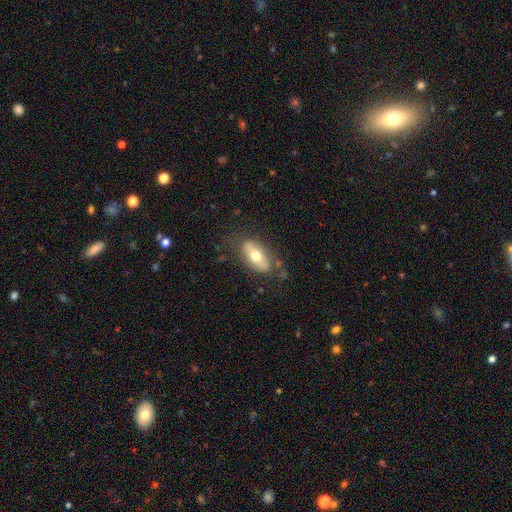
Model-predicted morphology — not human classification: The model was most divided on "smooth or featured": smooth: 51%, featured or disk: 43%, star or artifact: 6%. More confident: how rounded — in between (84%); merging — none (67%).